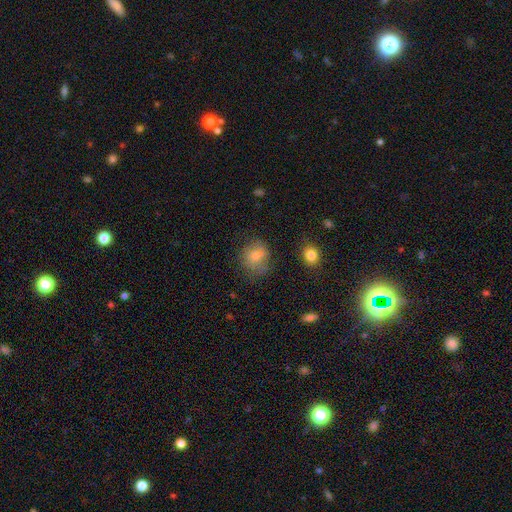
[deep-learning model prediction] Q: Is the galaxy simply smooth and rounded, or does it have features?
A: smooth — 73%.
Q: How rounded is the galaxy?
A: round — 64%.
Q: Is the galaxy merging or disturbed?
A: none — 63%.